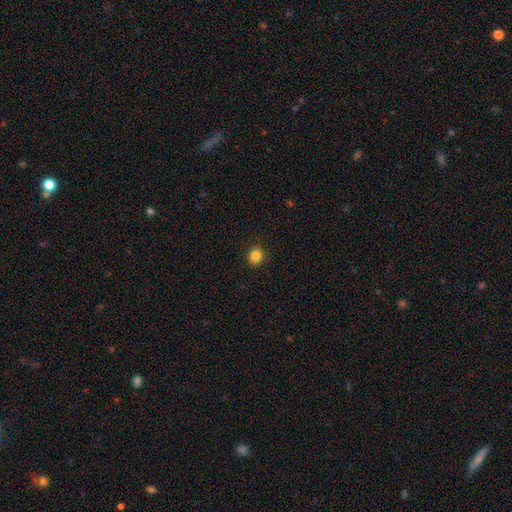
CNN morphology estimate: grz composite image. It shows a smooth galaxy with no disk features (85%) that is round (74%). Merging: none (91%).